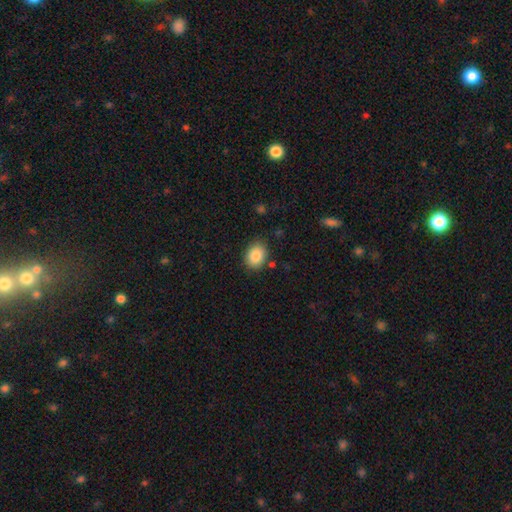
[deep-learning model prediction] Smooth or featured: smooth — 86% (star or artifact — 8%)
How rounded: in between — 61% (round — 38%)
Merging: none — 85% (minor disturbance — 10%)